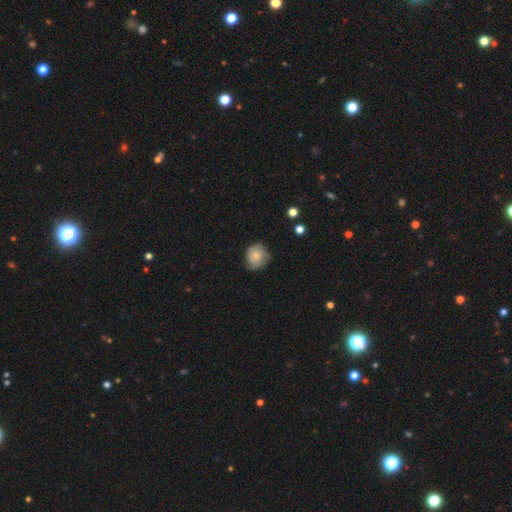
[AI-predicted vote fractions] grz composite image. It shows a smooth galaxy with no disk features (58%) that is round (82%). Merging: none (68%).